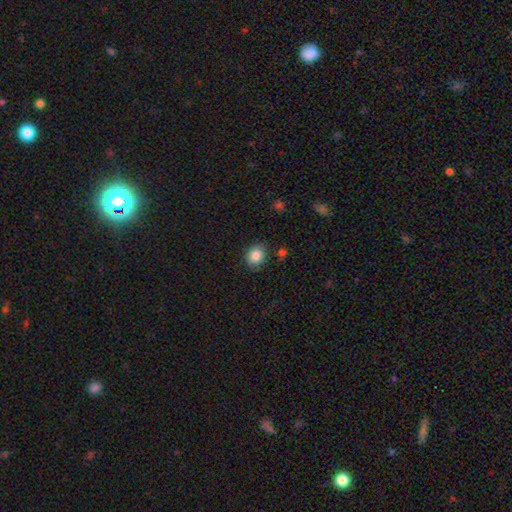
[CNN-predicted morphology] A smooth galaxy with no disk features (85%) that is round (61%).

Vote fractions:
- Smooth or featured? smooth: 85% / star or artifact: 9% / featured or disk: 6%
- How rounded? round: 61% / in between: 38% / cigar-shaped: 1%
- Merging? none: 83% / minor disturbance: 12% / major disturbance: 3% / merger: 2%